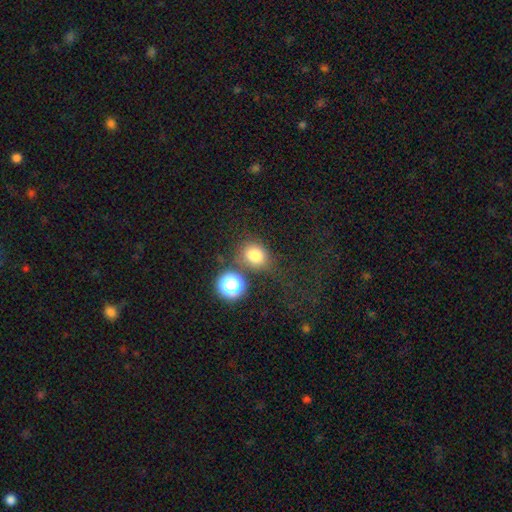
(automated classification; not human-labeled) Overall: smooth (77%). How rounded: round (60%; in between 38%). Merging: none (65%).